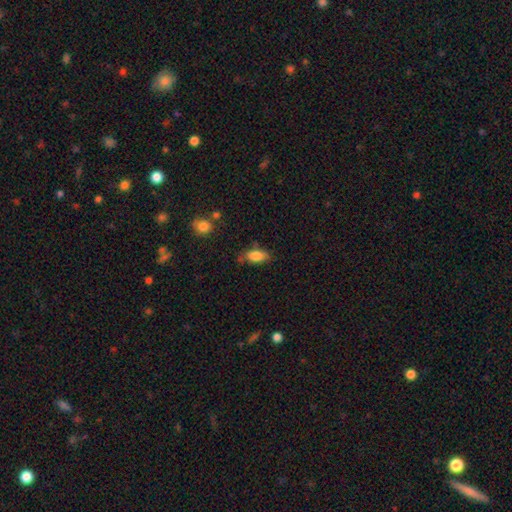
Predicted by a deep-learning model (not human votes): The model was most divided on "merging": none: 63%, minor disturbance: 27%, major disturbance: 6%, merger: 4%. More confident: how rounded — in between (86%); smooth or featured — smooth (80%).